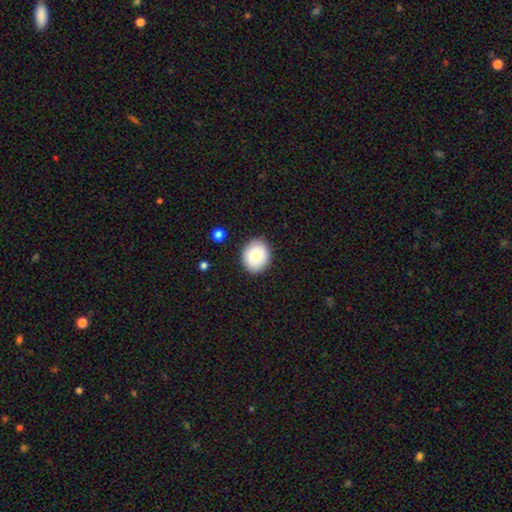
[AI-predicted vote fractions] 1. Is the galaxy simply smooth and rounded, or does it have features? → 83% smooth, 9% featured or disk, 8% star or artifact.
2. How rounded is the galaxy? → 63% round, 36% in between, 1% cigar-shaped.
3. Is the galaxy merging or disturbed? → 88% none, 9% minor disturbance, 2% major disturbance, 1% merger.